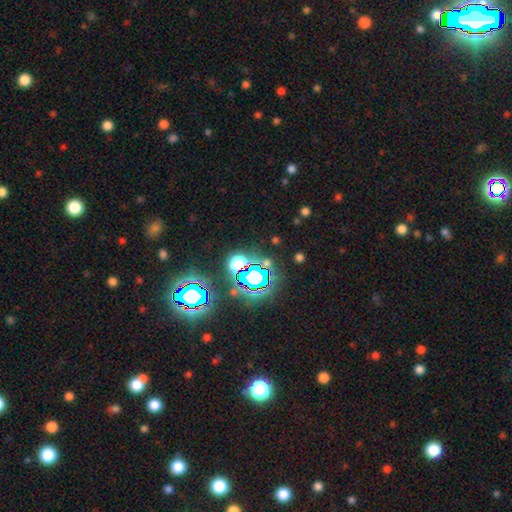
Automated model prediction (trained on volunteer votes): A star or artifact, not a galaxy (74%).